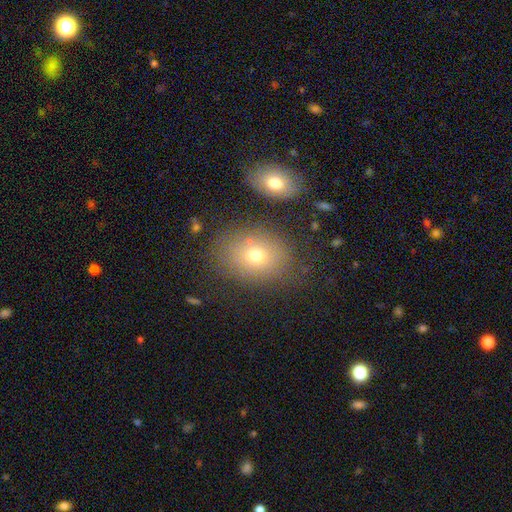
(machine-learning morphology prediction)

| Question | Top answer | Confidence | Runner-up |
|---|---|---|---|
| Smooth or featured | smooth | 70% | featured or disk (15%) |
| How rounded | in between | 56% | round (43%) |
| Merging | none | 73% | minor disturbance (14%) |